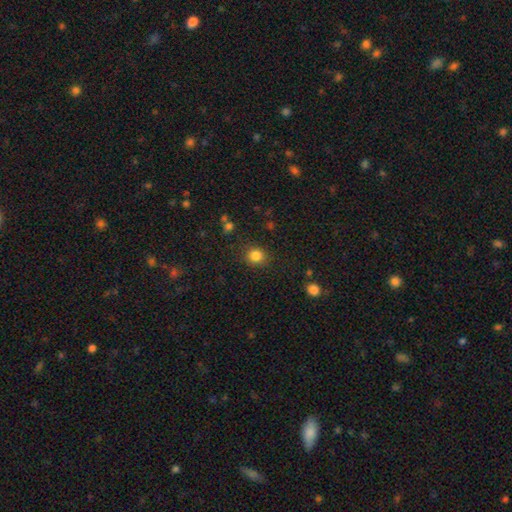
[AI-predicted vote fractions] A smooth galaxy with no disk features (83%) that is round (83%). Merging: none (87%).